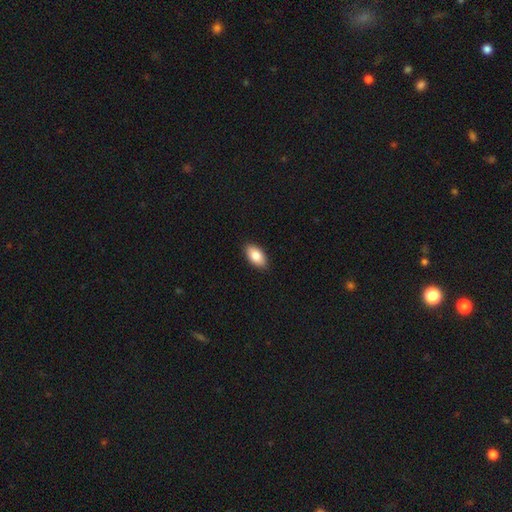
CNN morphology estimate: The model was most divided on "smooth or featured": smooth: 85%, featured or disk: 8%, star or artifact: 7%. More confident: how rounded — in between (94%); merging — none (90%).